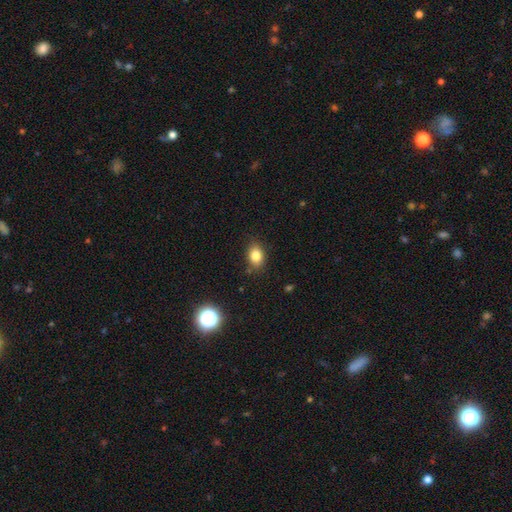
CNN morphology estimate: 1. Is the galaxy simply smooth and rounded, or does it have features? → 82% smooth, 11% star or artifact, 7% featured or disk.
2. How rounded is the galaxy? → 70% in between, 28% round, 2% cigar-shaped.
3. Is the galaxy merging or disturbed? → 82% none, 13% minor disturbance, 3% major disturbance, 2% merger.